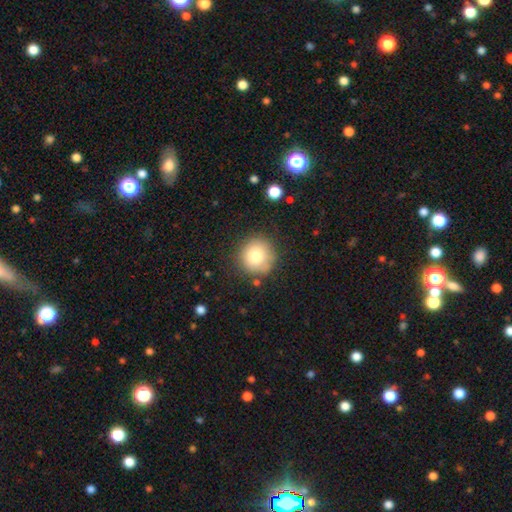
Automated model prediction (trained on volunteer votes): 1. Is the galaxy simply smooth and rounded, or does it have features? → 80% smooth, 10% featured or disk, 10% star or artifact.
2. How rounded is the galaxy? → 93% round, 6% in between, 1% cigar-shaped.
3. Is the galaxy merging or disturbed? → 82% none, 12% minor disturbance, 4% major disturbance, 3% merger.